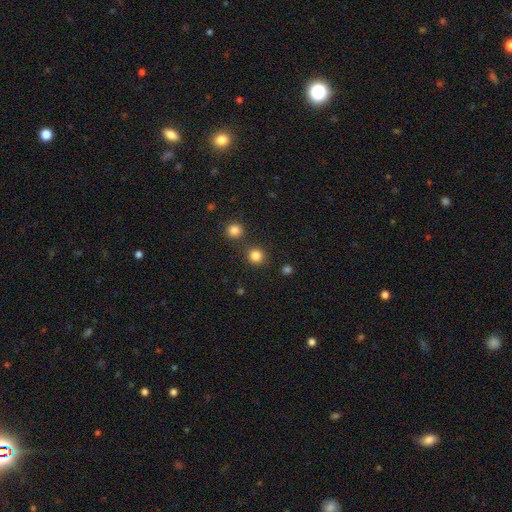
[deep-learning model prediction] Smooth or featured? Predicted: smooth (p=0.83). How rounded? Predicted: round (p=0.91). Merging? Predicted: none (p=0.82).